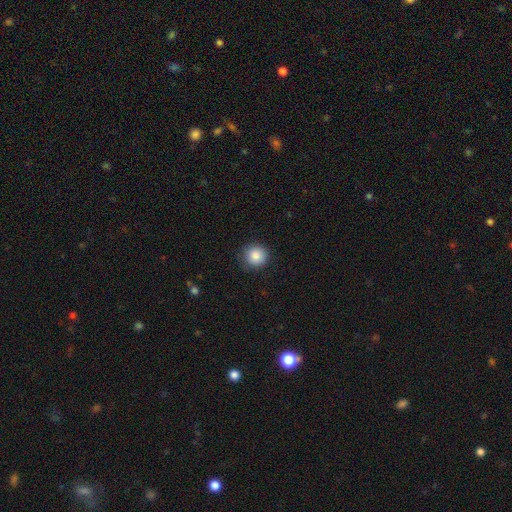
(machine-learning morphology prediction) type=smooth (86%); roundness=round (94%); merging=none (87%).